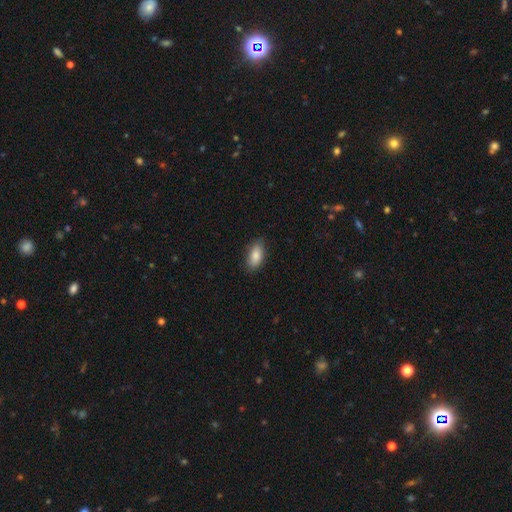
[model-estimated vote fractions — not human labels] Smooth or featured: smooth — 84% (featured or disk — 10%)
How rounded: in between — 89% (cigar-shaped — 8%)
Merging: none — 84% (minor disturbance — 13%)